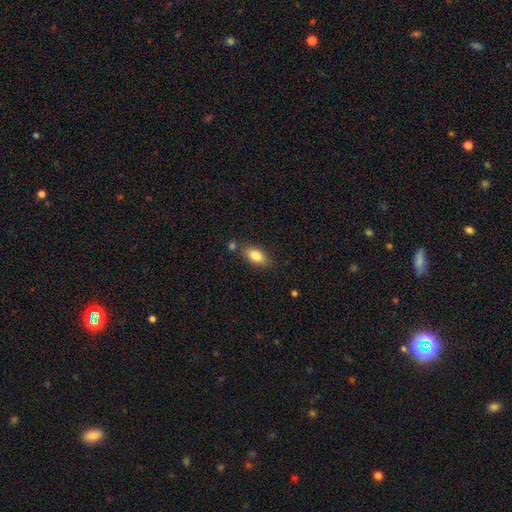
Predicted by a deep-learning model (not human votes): This appears to be a smooth galaxy with no disk features (83%) that is in between round and cigar-shaped (89%). Merging: none (75%).